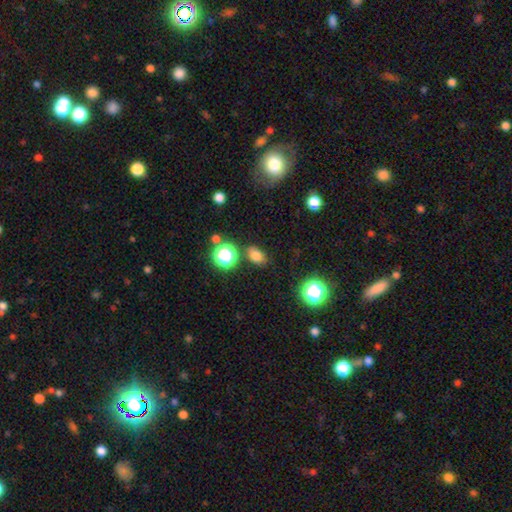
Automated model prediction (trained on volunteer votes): Overall: smooth (77%). How rounded: in between (71%). Merging: none (80%).